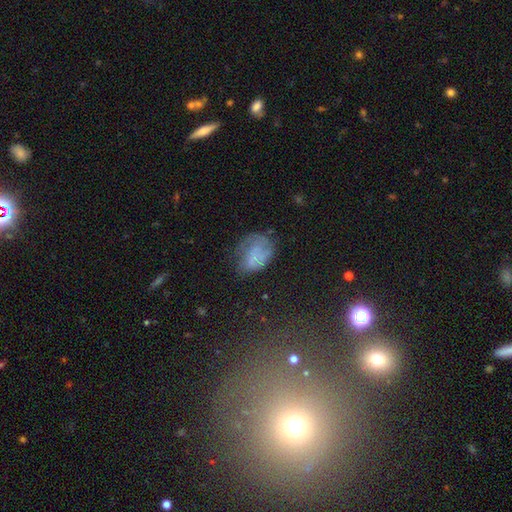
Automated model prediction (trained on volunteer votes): This is possibly a smooth galaxy (50%). Merging: marginally none (39%).